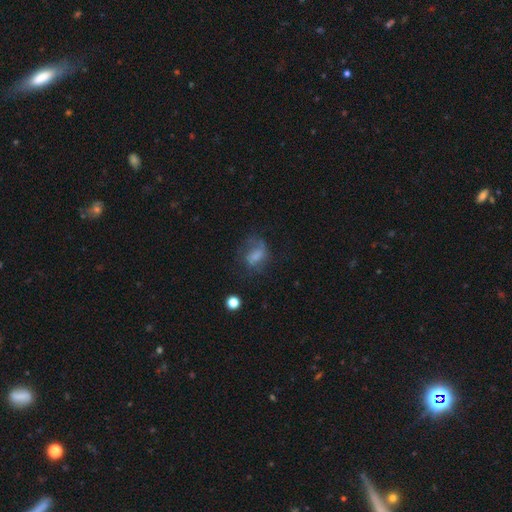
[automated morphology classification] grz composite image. It shows a smooth galaxy with no disk features (53%) that is in between round and cigar-shaped (70%). Merging: none (42%).